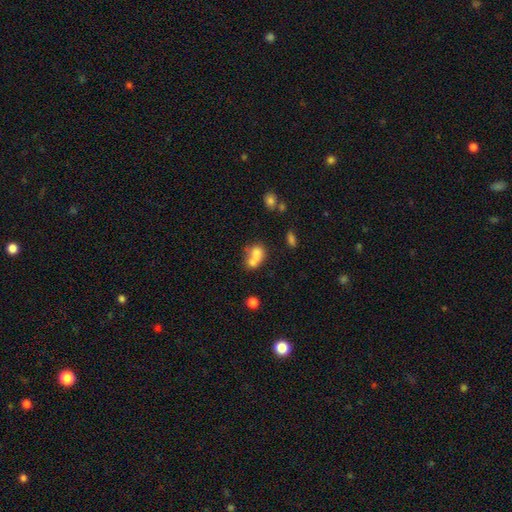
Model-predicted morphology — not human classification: This appears to be a smooth galaxy with no disk features (69%) that is in between round and cigar-shaped (52%). Merging: merger (63%).